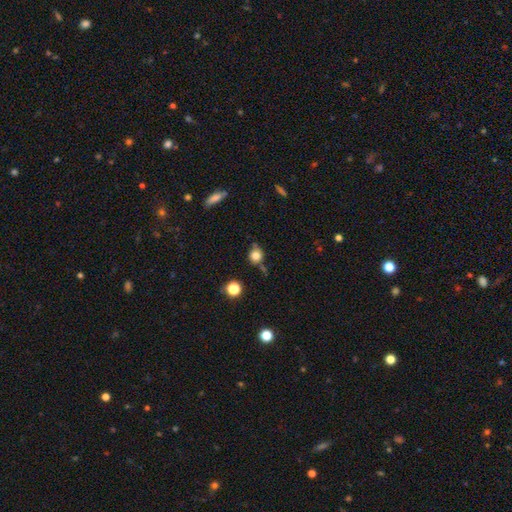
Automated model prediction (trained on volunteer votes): A smooth galaxy with no disk features (78%) that is round (82%).

Vote fractions:
- Smooth or featured? smooth: 78% / star or artifact: 12% / featured or disk: 10%
- How rounded? round: 82% / in between: 16% / cigar-shaped: 1%
- Merging? none: 65% / minor disturbance: 20% / merger: 10% / major disturbance: 5%